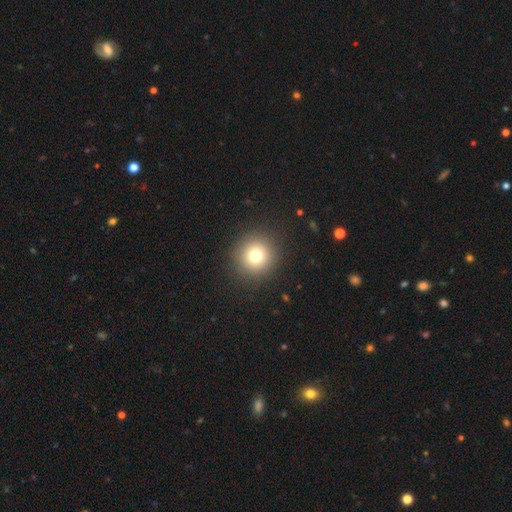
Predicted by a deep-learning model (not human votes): Smooth or featured?
  - smooth: 75% *
  - star or artifact: 14%
  - featured or disk: 10%
How rounded?
  - round: 94% *
  - in between: 5%
  - cigar-shaped: 1%
Merging?
  - none: 91% *
  - minor disturbance: 5%
  - major disturbance: 3%
  - merger: 1%